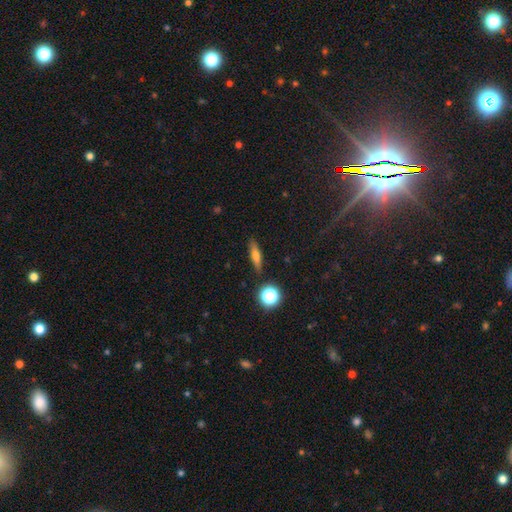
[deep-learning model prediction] This is likely a smooth galaxy (61%). How rounded: likely cigar-shaped (65%). Merging: clearly none (87%).